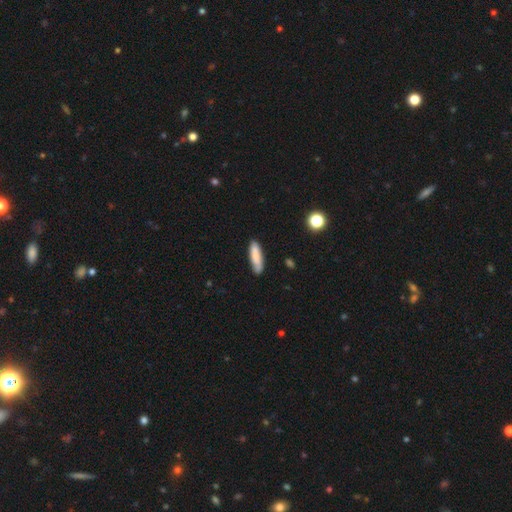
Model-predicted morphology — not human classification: Overall: smooth (76%). How rounded: cigar-shaped (60%; in between 38%). Merging: none (73%).